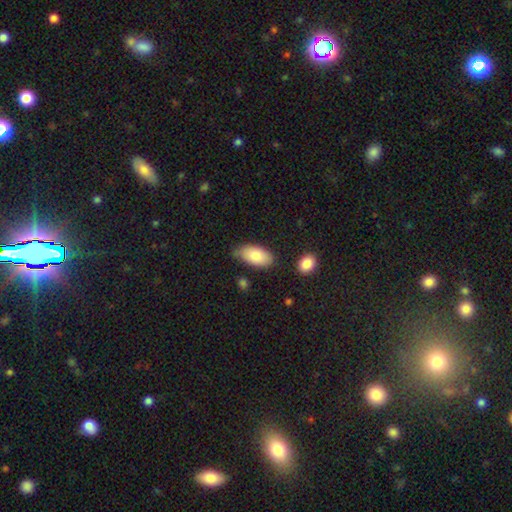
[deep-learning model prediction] This is clearly a smooth galaxy (83%). How rounded: clearly in between (94%). Merging: likely none (69%).